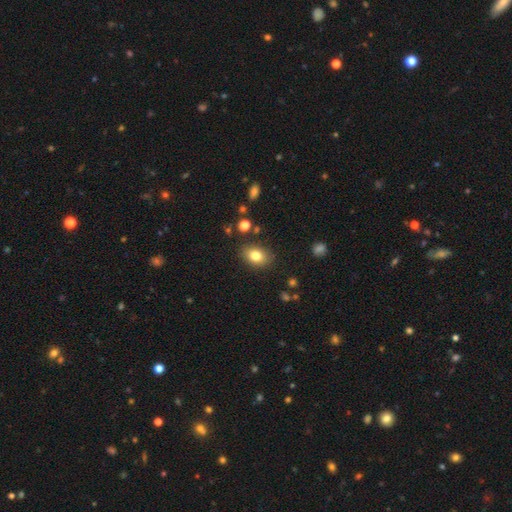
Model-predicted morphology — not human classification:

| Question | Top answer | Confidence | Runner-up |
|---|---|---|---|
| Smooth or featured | smooth | 80% | featured or disk (10%) |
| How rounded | in between | 75% | round (24%) |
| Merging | none | 84% | minor disturbance (11%) |